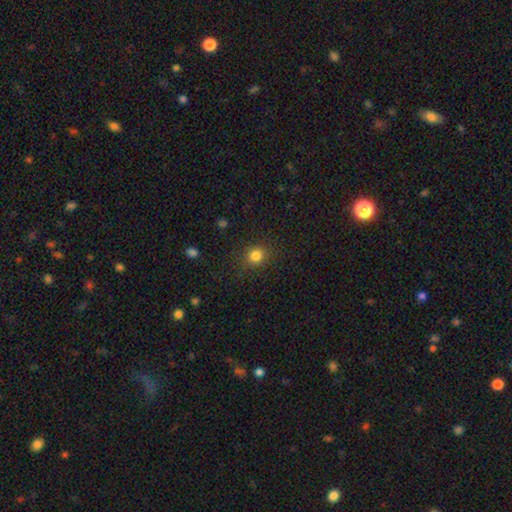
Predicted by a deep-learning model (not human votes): A smooth galaxy with no disk features (82%) that is round (84%). Merging: none (86%).